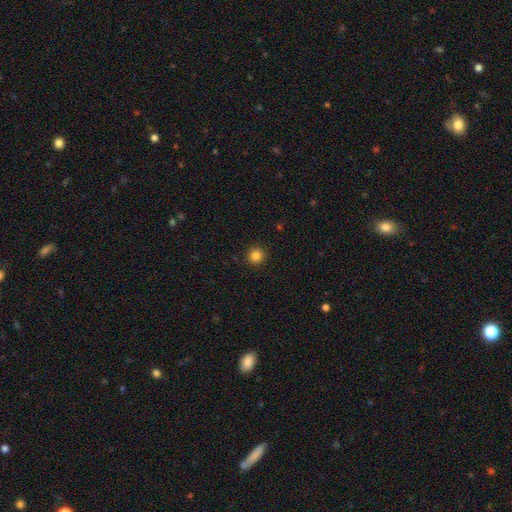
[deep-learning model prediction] Overall: smooth (85%). How rounded: round (93%). Merging: none (92%).